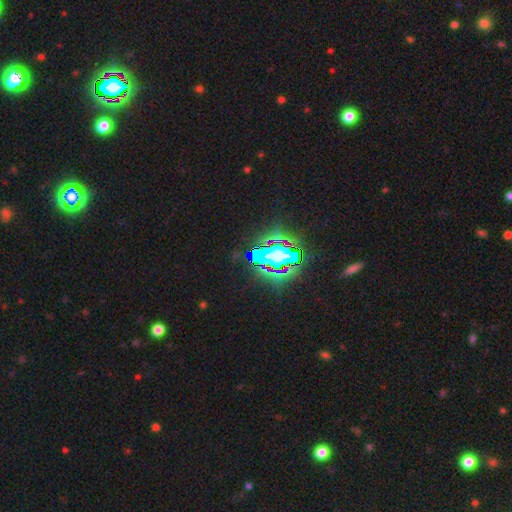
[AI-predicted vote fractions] Overall: star or artifact (74%).